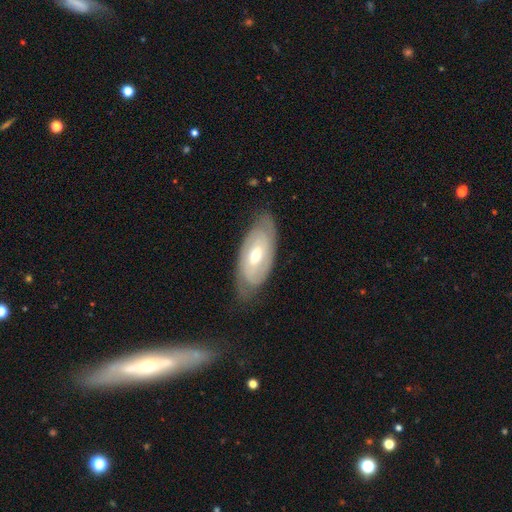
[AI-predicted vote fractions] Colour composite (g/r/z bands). It shows a featured or disk galaxy (74%) with no bar (45%), 2 (51%) tight (68%) spiral arms (84%) and a moderate central bulge (66%). Merging: none (76%).